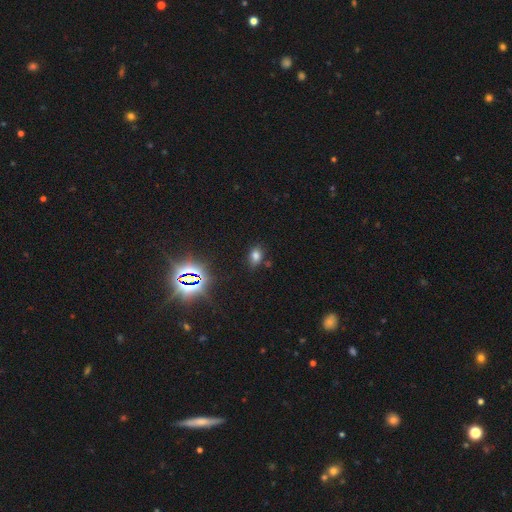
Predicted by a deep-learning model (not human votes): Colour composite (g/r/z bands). It shows a smooth galaxy with no disk features (69%) that is in between round and cigar-shaped (76%). Merging: none (76%).